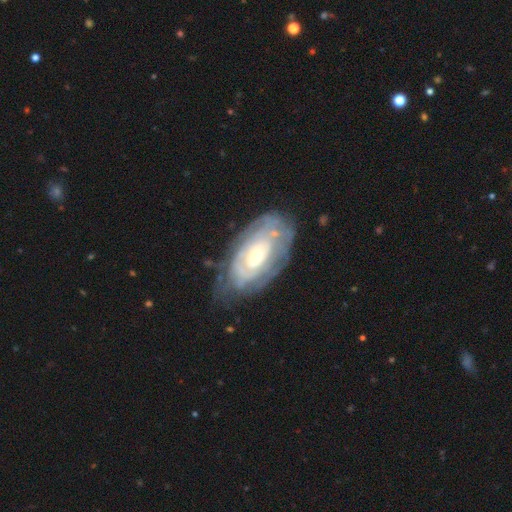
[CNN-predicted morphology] A featured or disk galaxy (75%) with no bar (75%), spiral arms (70%) and a small central bulge (50%). Merging: none (64%).